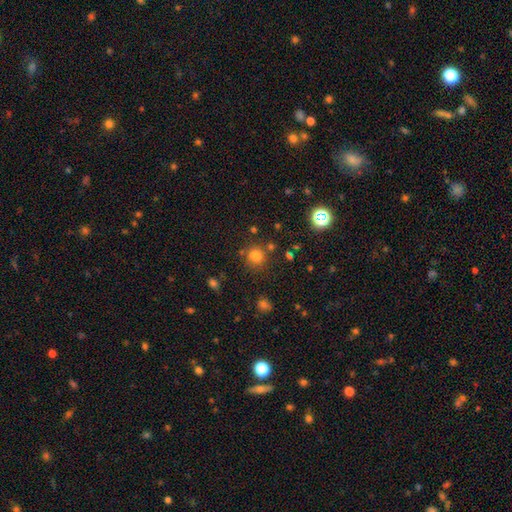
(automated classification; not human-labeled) Q: Smooth or featured?
A: smooth (75%); runner-up: star or artifact (18%)
Q: How rounded?
A: round (82%); runner-up: in between (17%)
Q: Merging?
A: none (72%); runner-up: minor disturbance (13%)